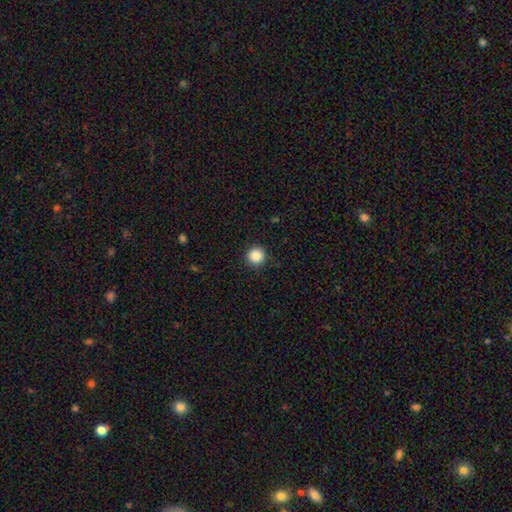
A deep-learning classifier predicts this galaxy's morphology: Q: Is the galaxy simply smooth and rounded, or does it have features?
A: smooth — 87%.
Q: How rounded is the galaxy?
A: round — 96%.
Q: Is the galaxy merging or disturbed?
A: none — 92%.